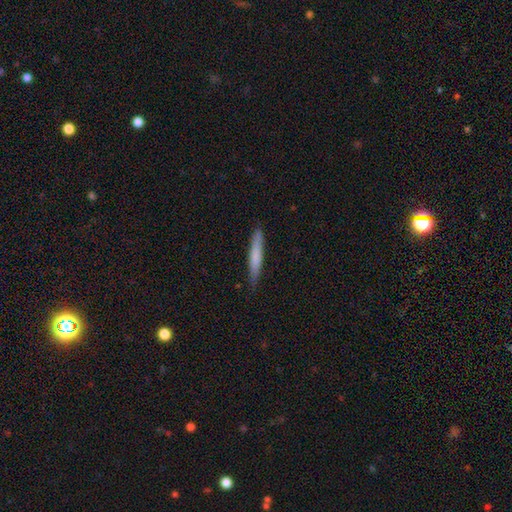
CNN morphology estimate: A smooth galaxy with no disk features (71%) that is cigar-shaped (95%).

Vote fractions:
- Smooth or featured? smooth: 71% / featured or disk: 24% / star or artifact: 5%
- How rounded? cigar-shaped: 95% / in between: 4% / round: 1%
- Merging? none: 85% / minor disturbance: 12% / major disturbance: 2% / merger: 1%